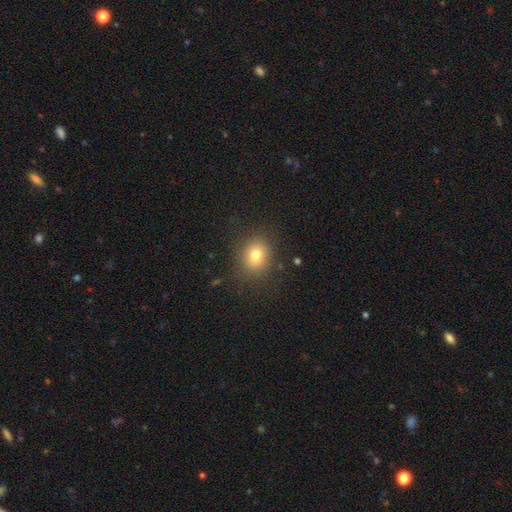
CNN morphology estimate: Q: Smooth or featured?
A: smooth (76%); runner-up: star or artifact (14%)
Q: How rounded?
A: round (70%); runner-up: in between (29%)
Q: Merging?
A: none (85%); runner-up: minor disturbance (10%)